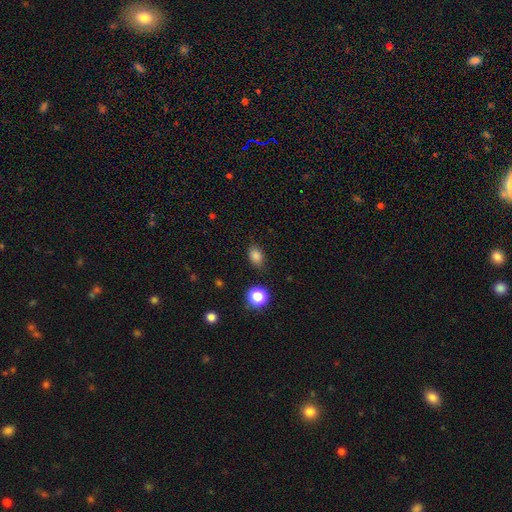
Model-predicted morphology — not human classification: The model was most divided on "how rounded": in between: 75%, round: 23%, cigar-shaped: 2%. More confident: smooth or featured — smooth (83%); merging — none (81%).